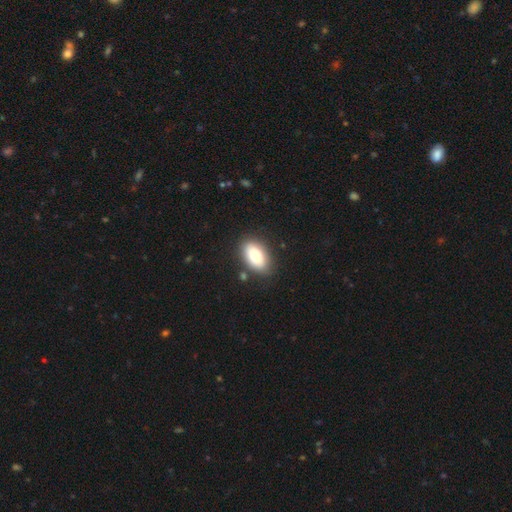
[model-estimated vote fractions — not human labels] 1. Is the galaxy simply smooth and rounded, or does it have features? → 79% smooth, 14% featured or disk, 7% star or artifact.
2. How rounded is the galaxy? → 92% in between, 6% round, 2% cigar-shaped.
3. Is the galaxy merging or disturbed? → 83% none, 11% minor disturbance, 3% major disturbance, 3% merger.